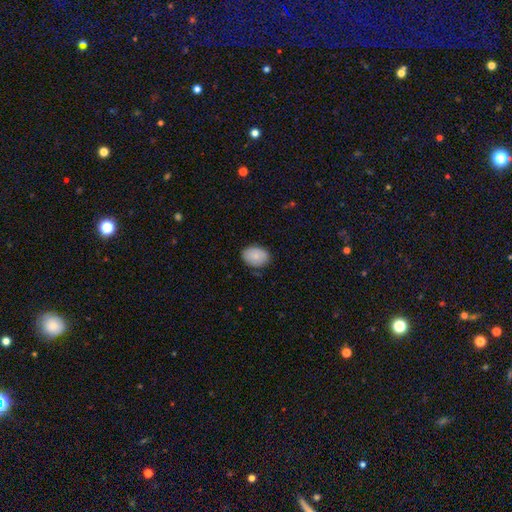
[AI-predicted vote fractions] smooth-or-featured: smooth: 83% | featured or disk: 10% | star or artifact: 7%
  how-rounded: in between: 72% | round: 27% | cigar-shaped: 1%
  merging: none: 81% | minor disturbance: 15% | major disturbance: 3% | merger: 1%